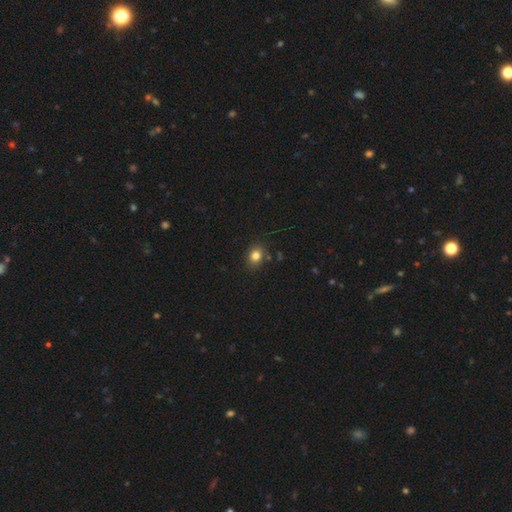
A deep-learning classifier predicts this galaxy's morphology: Overall: smooth (81%). How rounded: round (55%; in between 44%). Merging: none (85%).